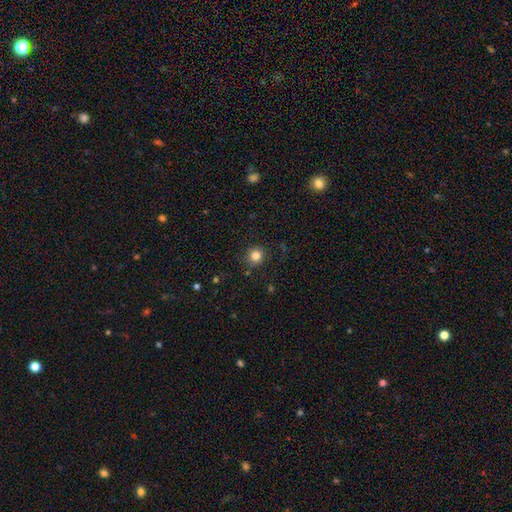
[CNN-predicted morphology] smooth 83%, star or artifact 12%, featured or disk 5%. Down the decision tree: how rounded — round (90%); merging — none (85%).